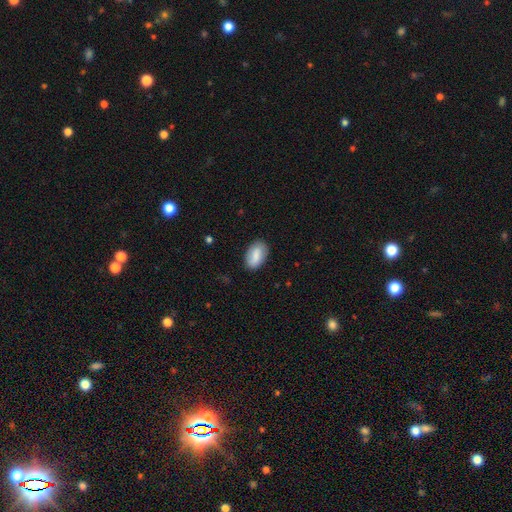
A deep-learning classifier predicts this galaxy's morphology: Smooth or featured? Predicted: smooth (p=0.81). How rounded? Predicted: in between (p=0.93). Merging? Predicted: none (p=0.84).